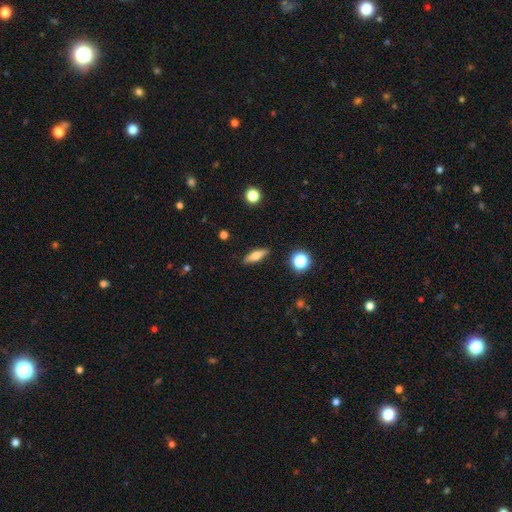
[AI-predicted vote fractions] smooth-or-featured: smooth: 54% | featured or disk: 37% | star or artifact: 8%
  how-rounded: cigar-shaped: 58% | in between: 37% | round: 5%
  merging: none: 89% | minor disturbance: 8% | major disturbance: 2% | merger: 2%